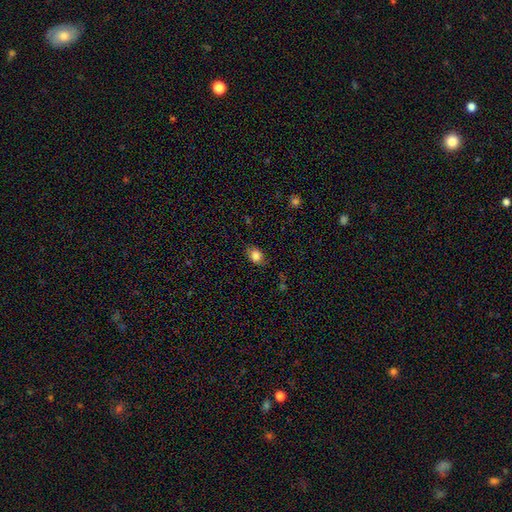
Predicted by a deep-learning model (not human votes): Overall: smooth (84%). How rounded: in between (64%; round 34%). Merging: none (78%).